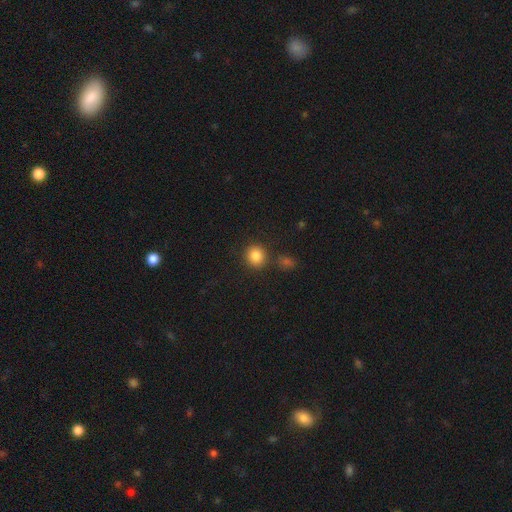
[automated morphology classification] Smooth or featured?
  - smooth: 85% *
  - star or artifact: 10%
  - featured or disk: 5%
How rounded?
  - round: 86% *
  - in between: 13%
  - cigar-shaped: 1%
Merging?
  - none: 81% *
  - minor disturbance: 8%
  - merger: 7%
  - major disturbance: 3%